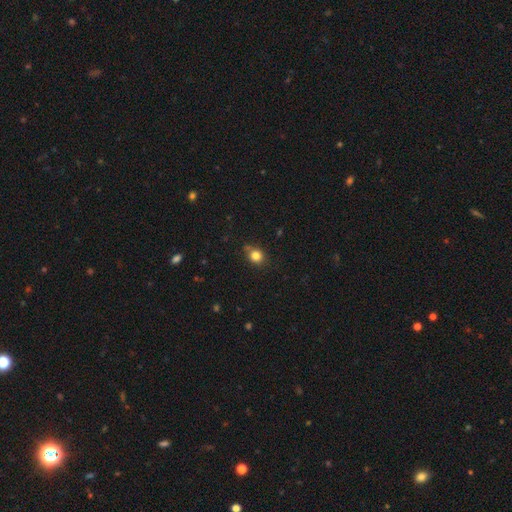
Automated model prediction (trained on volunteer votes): A smooth galaxy with no disk features (82%) that is round (73%). Merging: none (75%).